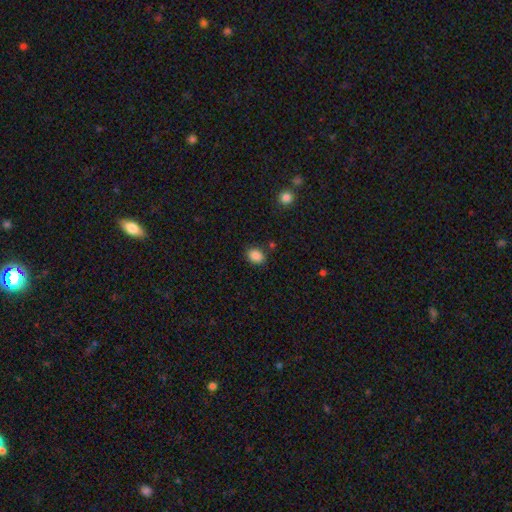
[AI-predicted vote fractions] smooth_or_featured: smooth (p=0.86) [alt: star or artifact p=0.10]
how_rounded: in between (p=0.58) [alt: round p=0.41]
merging: none (p=0.82) [alt: minor disturbance p=0.12]